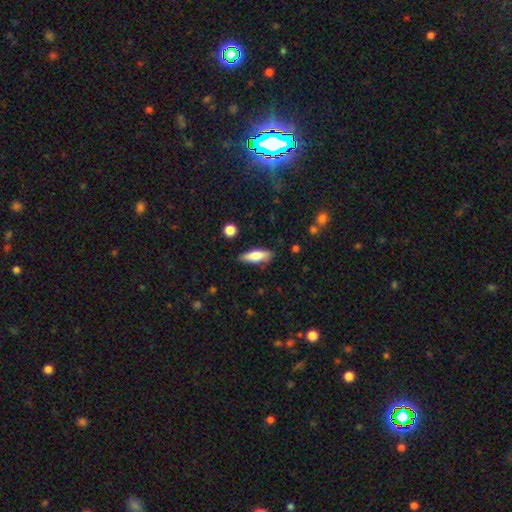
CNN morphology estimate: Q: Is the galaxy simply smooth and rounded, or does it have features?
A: smooth — 73%.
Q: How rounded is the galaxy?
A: cigar-shaped — 51%.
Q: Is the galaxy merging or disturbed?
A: none — 84%.